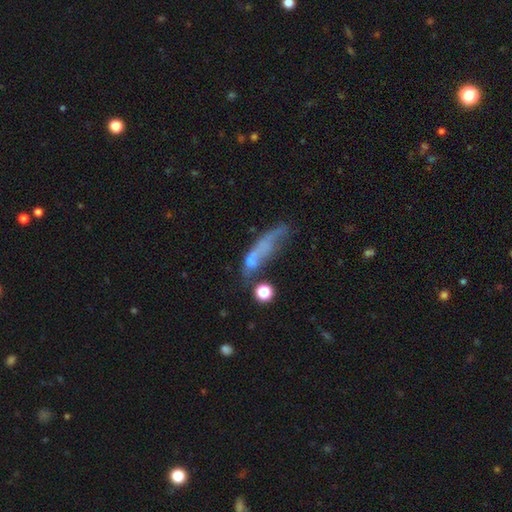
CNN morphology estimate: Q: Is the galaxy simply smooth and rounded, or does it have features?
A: smooth — 49%.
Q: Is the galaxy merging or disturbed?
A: major disturbance — 32%.